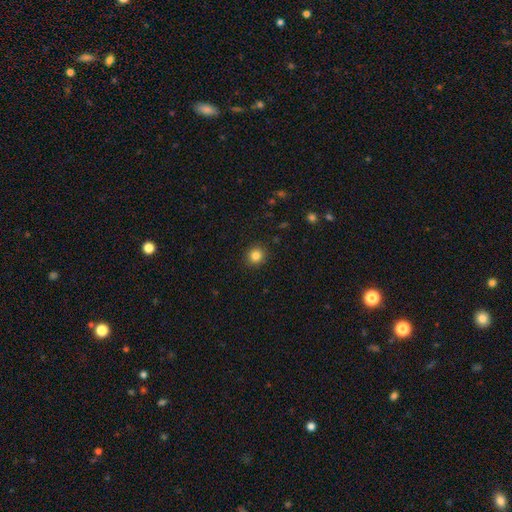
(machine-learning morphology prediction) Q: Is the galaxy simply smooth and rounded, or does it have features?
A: smooth — 83%.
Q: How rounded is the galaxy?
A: round — 89%.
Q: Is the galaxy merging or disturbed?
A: none — 91%.